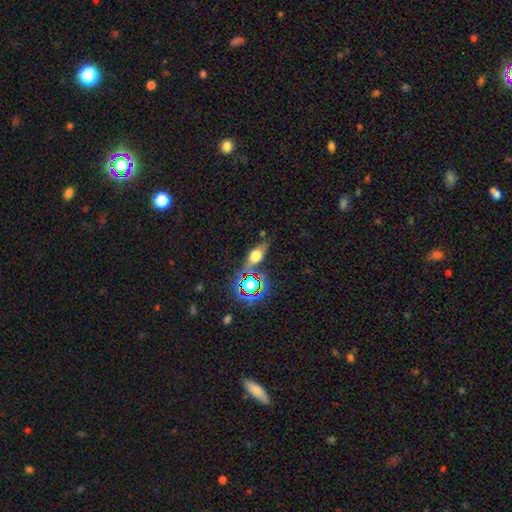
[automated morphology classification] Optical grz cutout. It shows a smooth galaxy with no disk features (49%). Merging: none (68%).